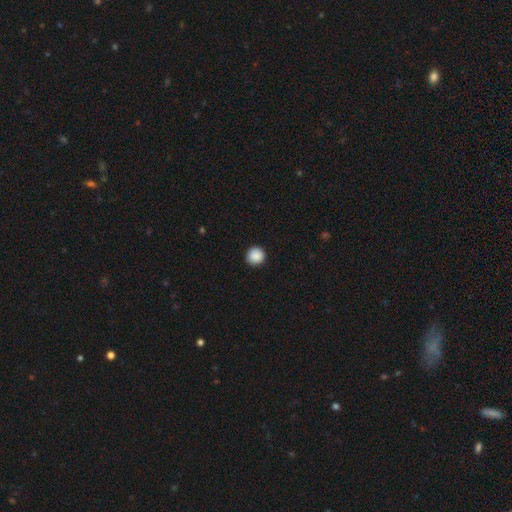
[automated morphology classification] The model was most divided on "smooth or featured": smooth: 89%, star or artifact: 9%, featured or disk: 2%. More confident: how rounded — round (95%); merging — none (92%).